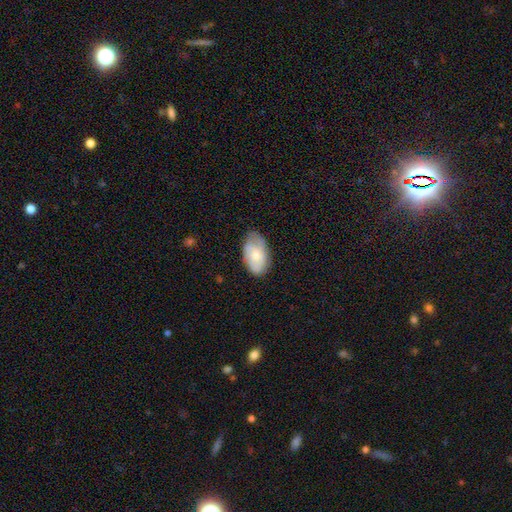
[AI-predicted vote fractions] Smooth or featured? Predicted: smooth (p=0.67). How rounded? Predicted: in between (p=0.93). Merging? Predicted: none (p=0.63).